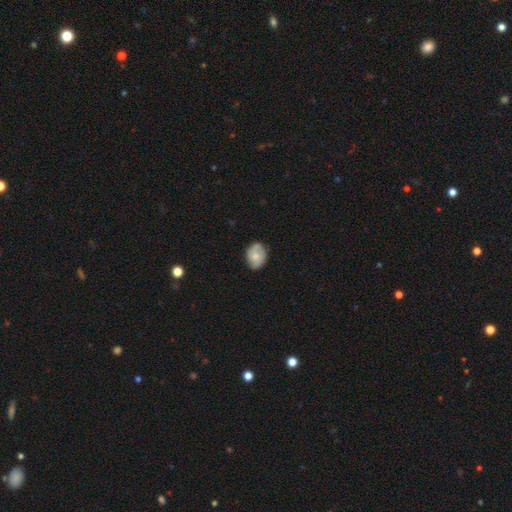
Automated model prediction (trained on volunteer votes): This is possibly a smooth galaxy (55%). How rounded: possibly in between (58%). Merging: likely none (74%).